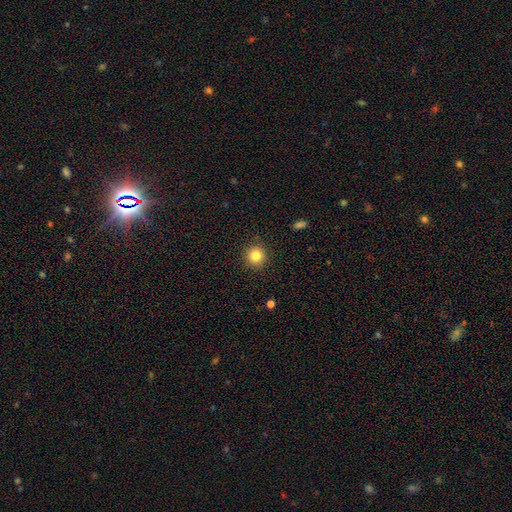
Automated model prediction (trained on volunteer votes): A smooth galaxy with no disk features (83%) that is round (94%). Merging: none (92%).